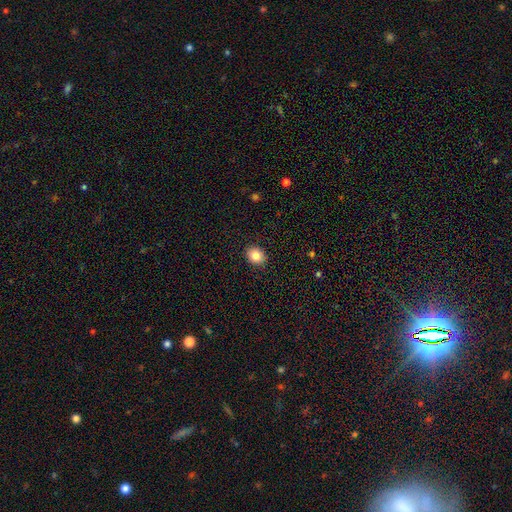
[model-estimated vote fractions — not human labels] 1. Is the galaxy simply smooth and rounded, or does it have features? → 84% smooth, 9% star or artifact, 7% featured or disk.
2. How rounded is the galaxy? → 53% round, 47% in between, 1% cigar-shaped.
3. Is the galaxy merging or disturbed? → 90% none, 7% minor disturbance, 2% major disturbance, 1% merger.